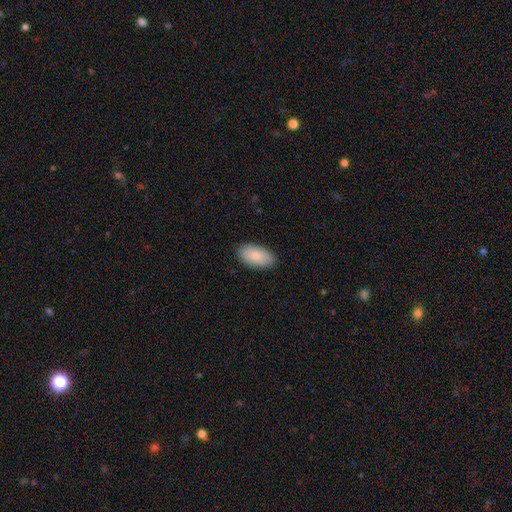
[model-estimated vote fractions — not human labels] Q: Smooth or featured?
A: smooth (86%); runner-up: featured or disk (7%)
Q: How rounded?
A: in between (95%); runner-up: round (3%)
Q: Merging?
A: none (87%); runner-up: minor disturbance (10%)